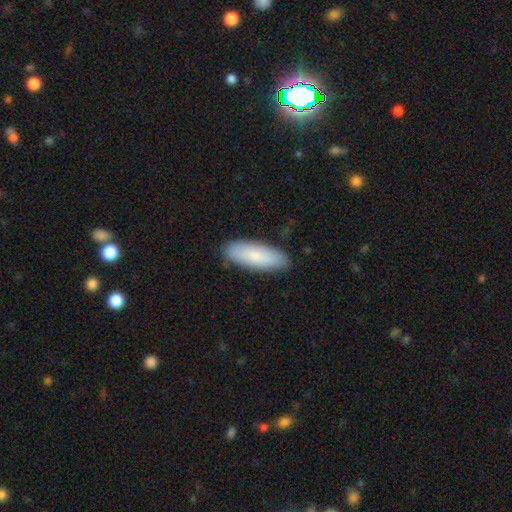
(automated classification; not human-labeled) This appears to be a smooth galaxy with no disk features (83%) that is in between round and cigar-shaped (61%). Merging: none (88%).